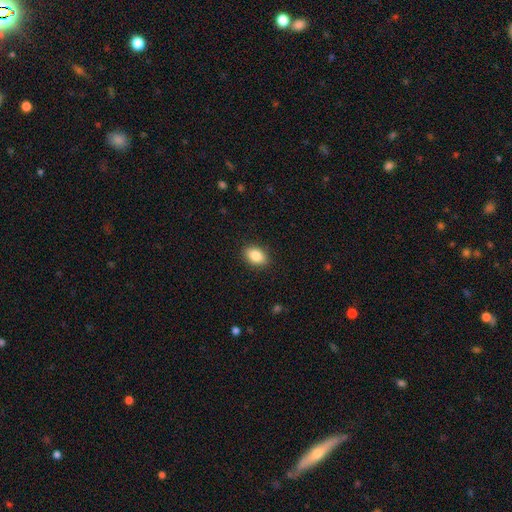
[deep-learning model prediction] The model was most divided on "how rounded": in between: 85%, round: 14%, cigar-shaped: 2%. More confident: merging — none (88%); smooth or featured — smooth (86%).